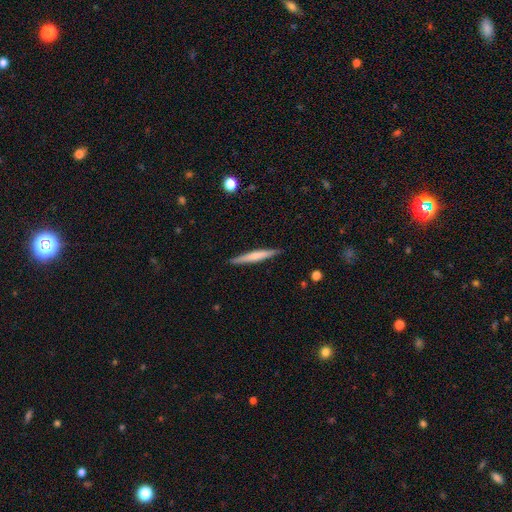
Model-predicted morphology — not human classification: smooth_or_featured: smooth (p=0.53) [alt: featured or disk p=0.42]
how_rounded: cigar-shaped (p=0.95) [alt: in between p=0.03]
merging: none (p=0.90) [alt: minor disturbance p=0.07]